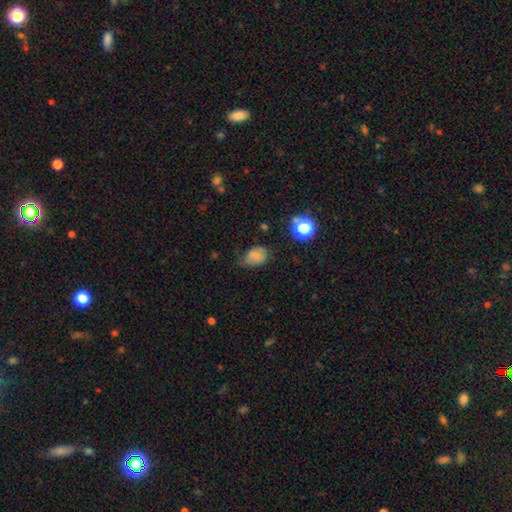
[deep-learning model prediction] This is likely a smooth galaxy (71%). How rounded: likely in between (71%). Merging: possibly none (47%).